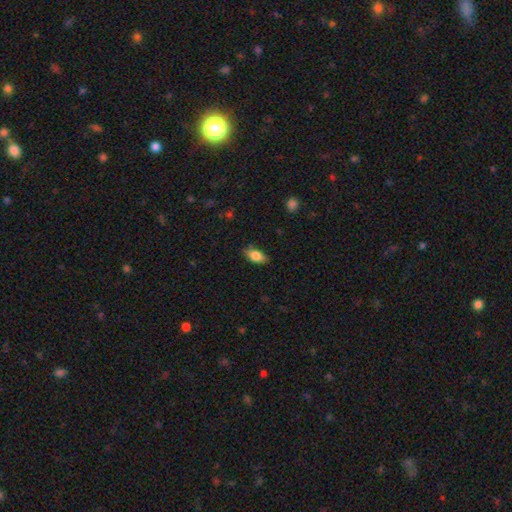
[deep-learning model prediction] Smooth or featured: smooth — 82% (featured or disk — 11%)
How rounded: in between — 89% (cigar-shaped — 6%)
Merging: none — 81% (minor disturbance — 15%)